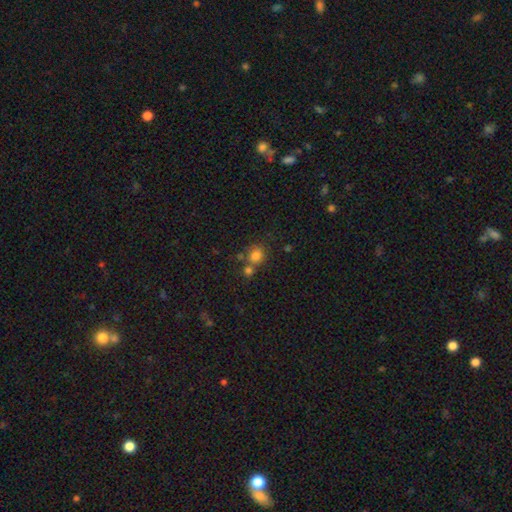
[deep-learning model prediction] smooth 79%, star or artifact 13%, featured or disk 8%. Down the decision tree: how rounded — round (76%); merging — none (54%).